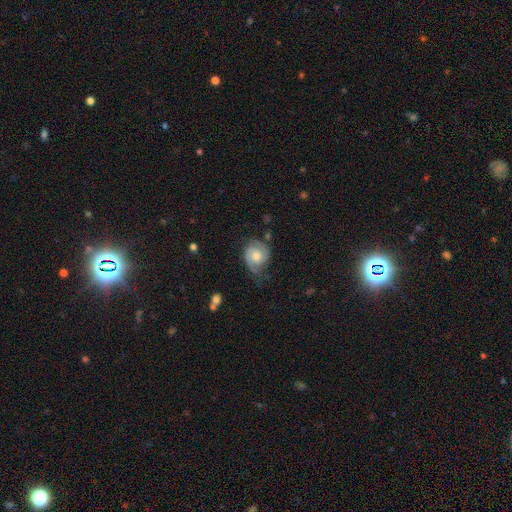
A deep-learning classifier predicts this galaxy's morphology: This is likely a featured or disk galaxy (71%). It is clearly not viewed edge-on (97%). Bar: likely no (67%). Spiral arm pattern: clearly yes (93%). Spiral arm count: likely 2 (80%). Spiral winding: possibly tight (48%). Central bulge: possibly moderate (55%). Merging: possibly none (59%).